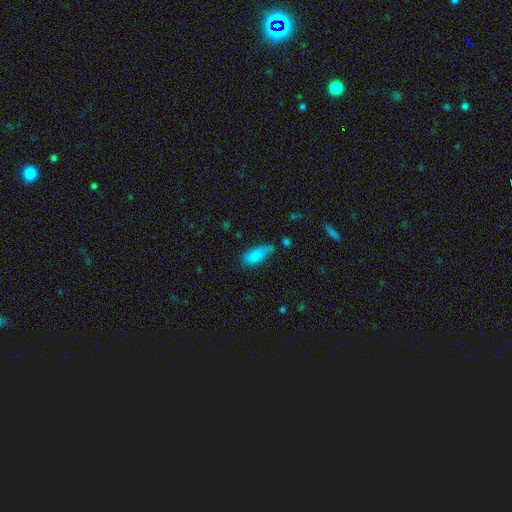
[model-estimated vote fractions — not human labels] Smooth or featured? smooth (82%)
How rounded? in between (85%)
Merging? none (45%)